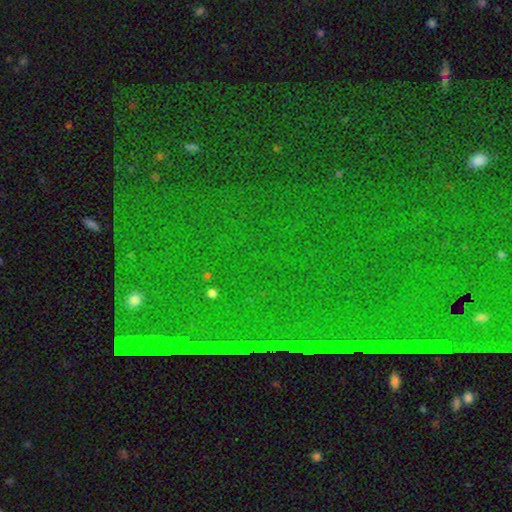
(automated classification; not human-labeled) Smooth or featured: star or artifact — 84% (featured or disk — 8%)